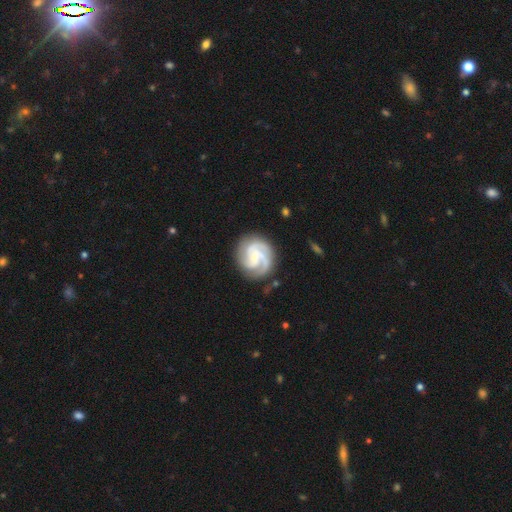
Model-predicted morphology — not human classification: This appears to be a featured or disk galaxy (87%) with no bar (50%), 3 (61%) tight (51%) spiral arms (98%) and a small central bulge (49%). Merging: none (77%).